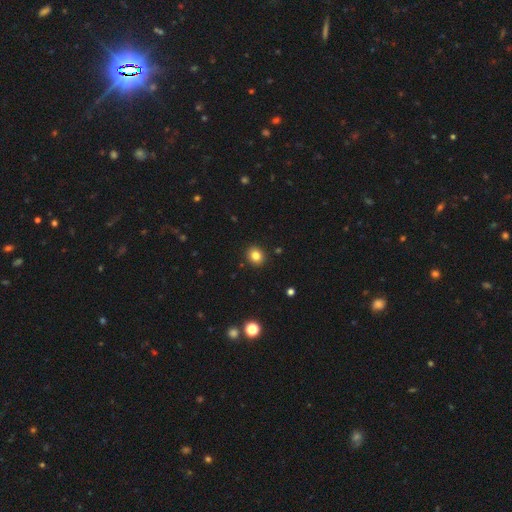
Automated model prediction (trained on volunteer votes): A smooth galaxy with no disk features (82%) that is round (76%).

Vote fractions:
- Smooth or featured? smooth: 82% / star or artifact: 12% / featured or disk: 6%
- How rounded? round: 76% / in between: 23% / cigar-shaped: 1%
- Merging? none: 92% / minor disturbance: 6% / major disturbance: 2% / merger: 1%